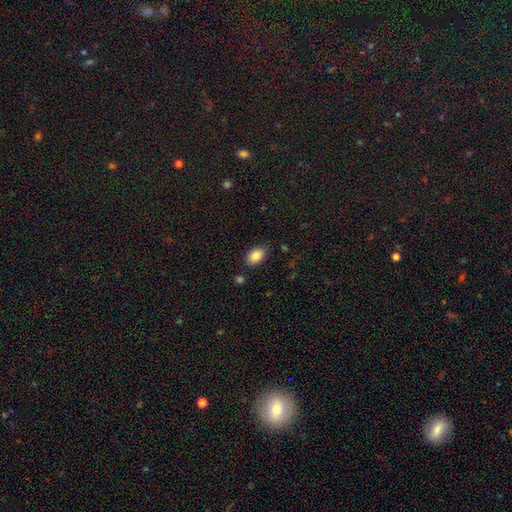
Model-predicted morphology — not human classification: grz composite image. It shows a smooth galaxy with no disk features (87%) that is in between round and cigar-shaped (86%). Merging: none (82%).